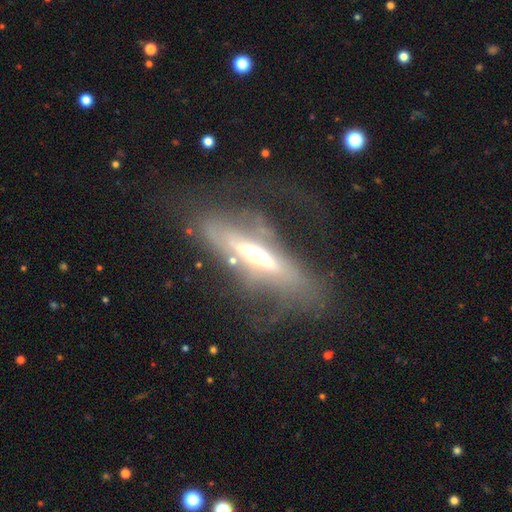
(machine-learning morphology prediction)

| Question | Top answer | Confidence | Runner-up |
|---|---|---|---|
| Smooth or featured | featured or disk | 69% | smooth (22%) |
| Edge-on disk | yes | 60% | no (40%) |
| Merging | none | 38% | major disturbance (36%) |